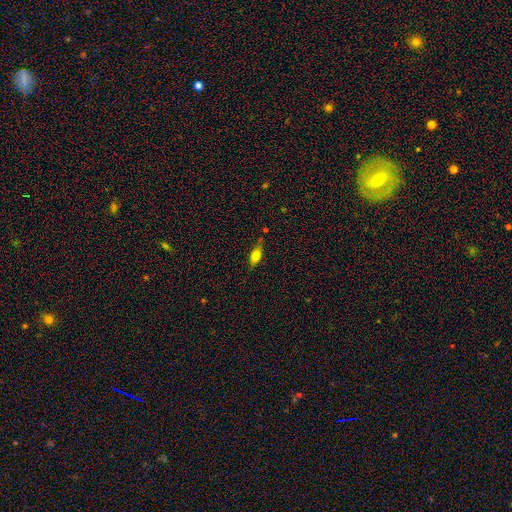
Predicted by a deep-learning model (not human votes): A smooth galaxy with no disk features (70%) that is in between round and cigar-shaped (74%).

Vote fractions:
- Smooth or featured? smooth: 70% / featured or disk: 21% / star or artifact: 8%
- How rounded? in between: 74% / cigar-shaped: 23% / round: 4%
- Merging? none: 72% / minor disturbance: 20% / merger: 4% / major disturbance: 4%